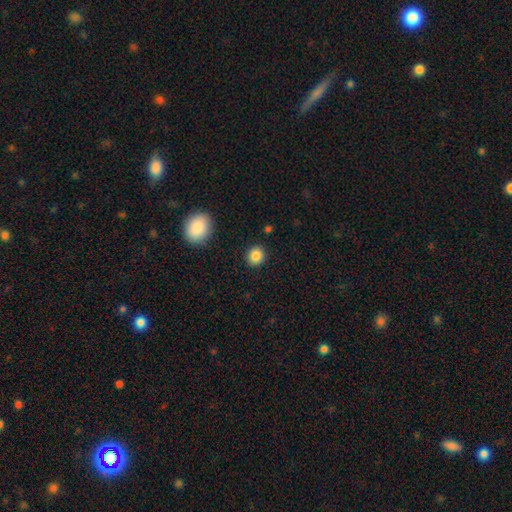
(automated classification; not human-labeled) Smooth or featured?
  - smooth: 86% *
  - star or artifact: 10%
  - featured or disk: 5%
How rounded?
  - round: 82% *
  - in between: 17%
  - cigar-shaped: 1%
Merging?
  - none: 90% *
  - minor disturbance: 7%
  - major disturbance: 2%
  - merger: 2%